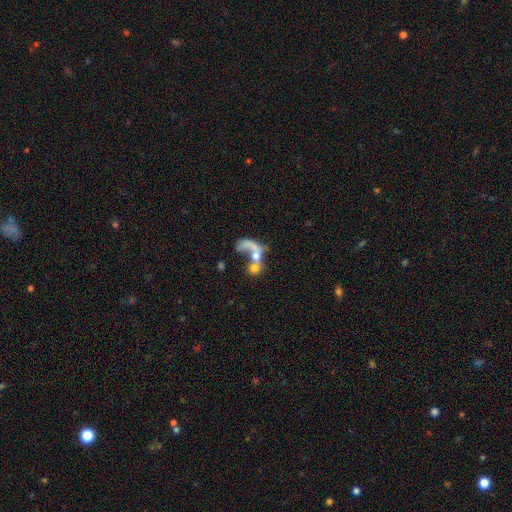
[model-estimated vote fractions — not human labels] smooth-or-featured: featured or disk: 50% | smooth: 34% | star or artifact: 15%
  disk-edge-on: no: 92% | yes: 8%
  merging: merger: 54% | major disturbance: 20% | none: 18% | minor disturbance: 7%